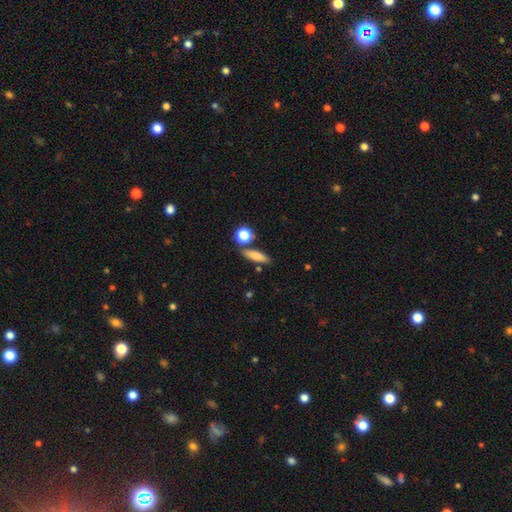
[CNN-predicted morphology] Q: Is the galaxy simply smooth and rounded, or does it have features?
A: smooth — 75%.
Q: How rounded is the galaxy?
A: cigar-shaped — 48%.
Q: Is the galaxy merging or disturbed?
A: none — 75%.